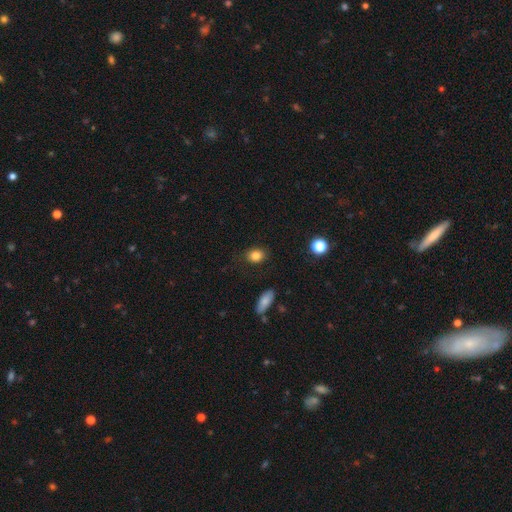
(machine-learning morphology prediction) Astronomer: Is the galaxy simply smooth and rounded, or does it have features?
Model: smooth — 84%.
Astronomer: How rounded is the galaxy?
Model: in between — 56% (runner-up: round, 42%).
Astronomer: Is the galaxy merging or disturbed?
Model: none — 85%.